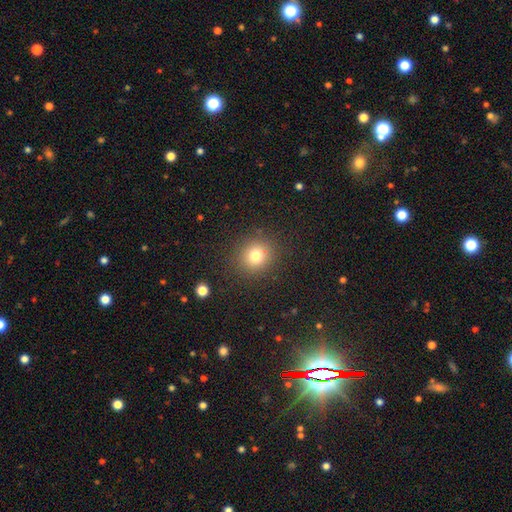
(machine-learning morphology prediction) Overall: smooth (77%). How rounded: round (86%). Merging: none (87%).